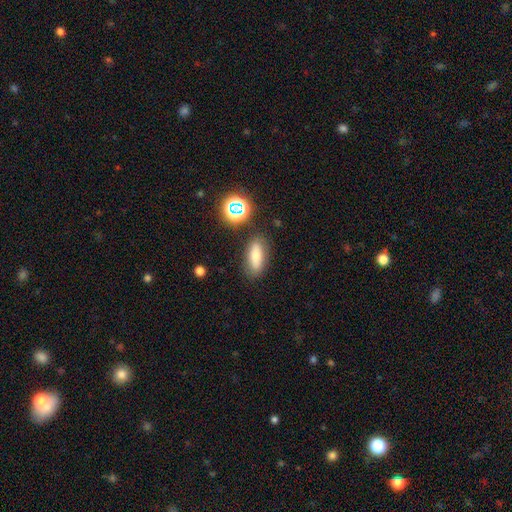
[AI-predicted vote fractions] A smooth galaxy with no disk features (71%) that is in between round and cigar-shaped (67%).

Vote fractions:
- Smooth or featured? smooth: 71% / featured or disk: 17% / star or artifact: 12%
- How rounded? in between: 67% / cigar-shaped: 28% / round: 5%
- Merging? none: 82% / minor disturbance: 11% / merger: 4% / major disturbance: 3%